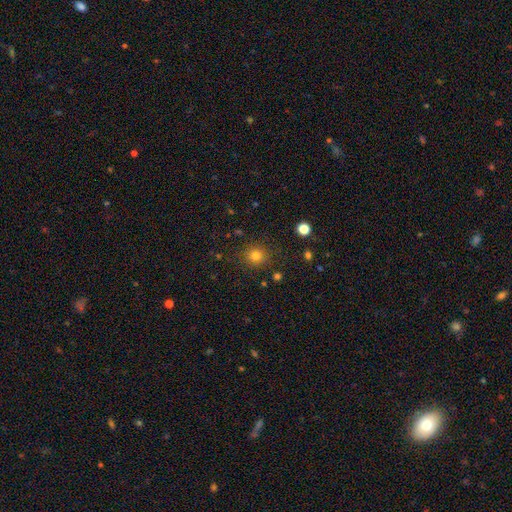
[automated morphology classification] This appears to be a smooth galaxy with no disk features (81%) that is round (91%). Merging: none (88%).